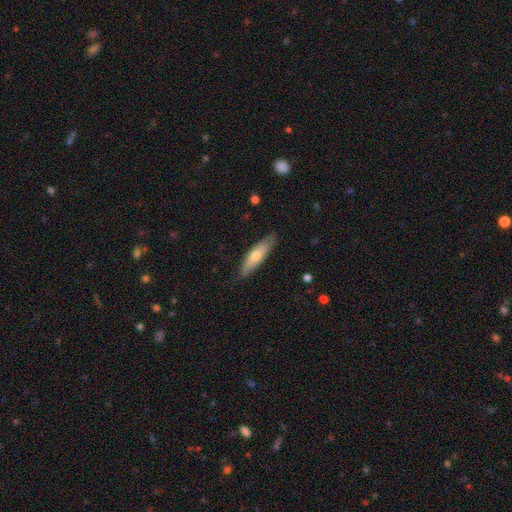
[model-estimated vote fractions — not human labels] A smooth galaxy with no disk features (62%) that is cigar-shaped (61%).

Vote fractions:
- Smooth or featured? smooth: 62% / featured or disk: 33% / star or artifact: 5%
- How rounded? cigar-shaped: 61% / in between: 37% / round: 2%
- Merging? none: 83% / minor disturbance: 14% / major disturbance: 2% / merger: 1%